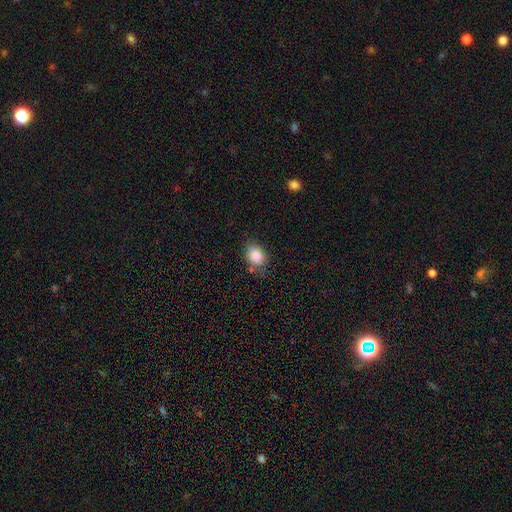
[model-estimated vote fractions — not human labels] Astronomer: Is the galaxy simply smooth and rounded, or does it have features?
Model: smooth — 83%.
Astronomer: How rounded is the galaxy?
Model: in between — 61% (runner-up: round, 38%).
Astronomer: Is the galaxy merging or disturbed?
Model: none — 72%.